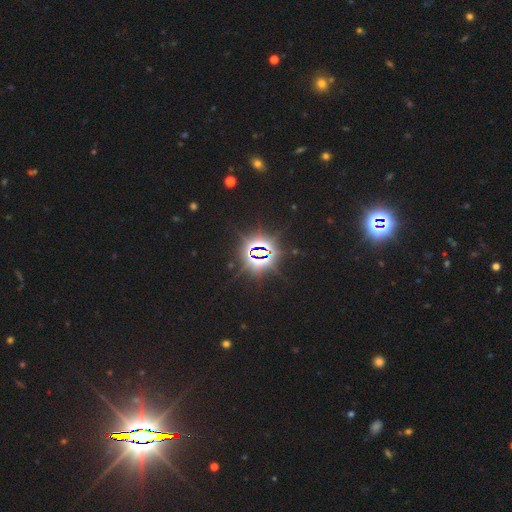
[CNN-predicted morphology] Smooth or featured? Predicted: star or artifact (p=0.85).